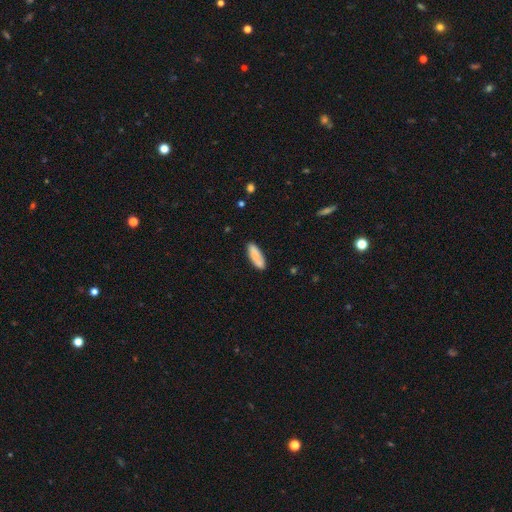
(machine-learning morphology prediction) Smooth or featured? Predicted: smooth (p=0.83). How rounded? Predicted: in between (p=0.63). Merging? Predicted: none (p=0.78).